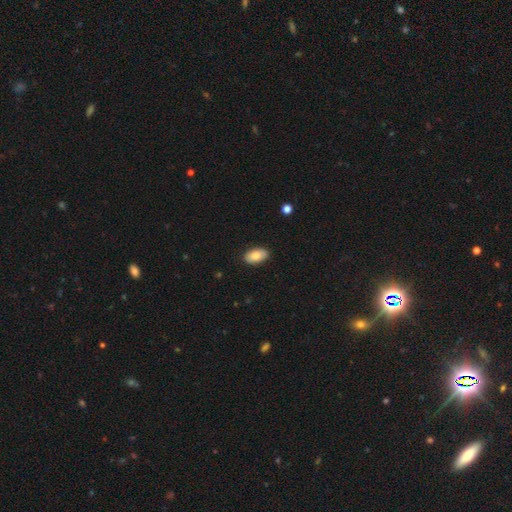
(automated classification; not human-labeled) Q: Smooth or featured?
A: smooth (81%); runner-up: featured or disk (12%)
Q: How rounded?
A: in between (94%); runner-up: round (4%)
Q: Merging?
A: none (88%); runner-up: minor disturbance (9%)